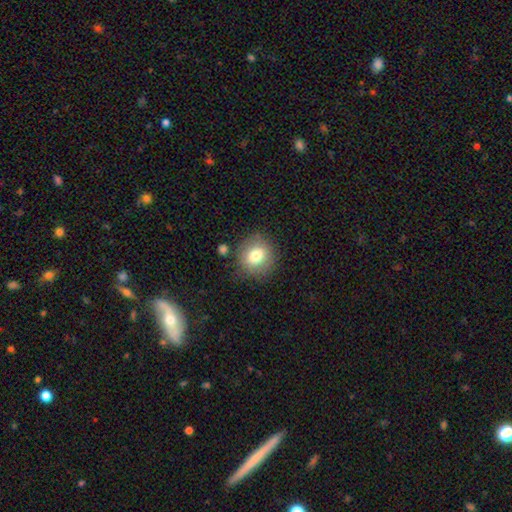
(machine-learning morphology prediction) Smooth or featured?
  - smooth: 76% *
  - featured or disk: 14%
  - star or artifact: 10%
How rounded?
  - round: 84% *
  - in between: 15%
  - cigar-shaped: 1%
Merging?
  - none: 80% *
  - minor disturbance: 13%
  - major disturbance: 4%
  - merger: 3%